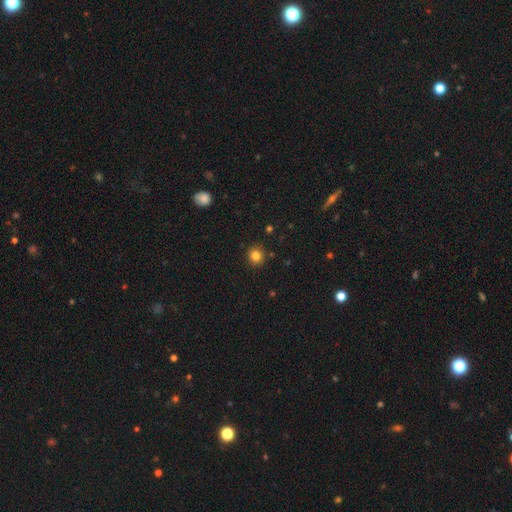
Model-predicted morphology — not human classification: Smooth or featured? smooth (83%)
How rounded? round (90%)
Merging? none (90%)